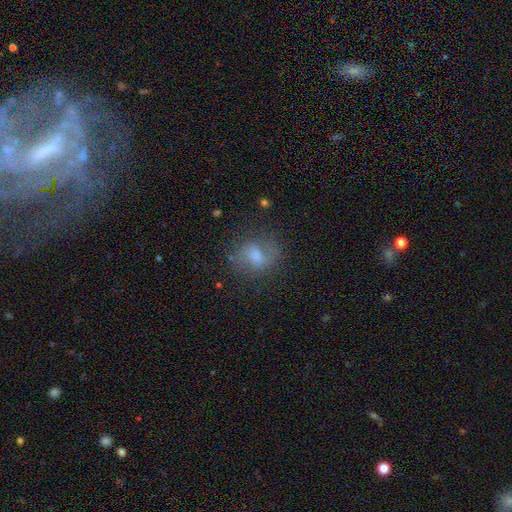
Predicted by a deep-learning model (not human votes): Overall: smooth (56%; featured or disk 32%). How rounded: round (50%; in between 48%). Merging: none (61%; minor disturbance 22%).